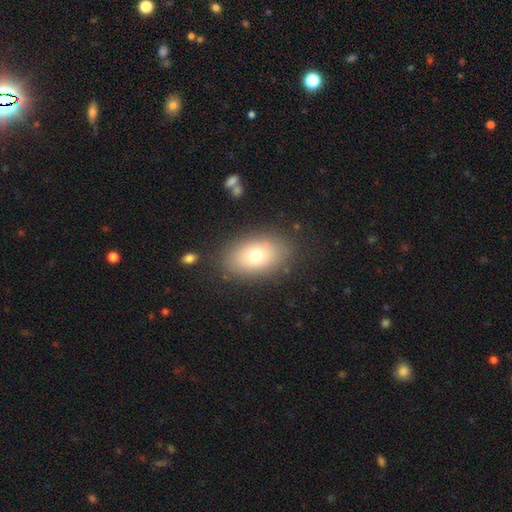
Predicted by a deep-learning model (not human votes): Overall: smooth (74%). How rounded: in between (88%). Merging: none (85%).